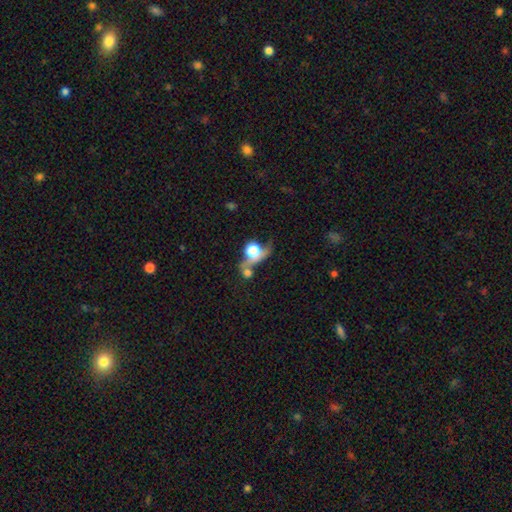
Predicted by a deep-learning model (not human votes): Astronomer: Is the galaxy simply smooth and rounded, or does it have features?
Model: smooth — 44% (runner-up: featured or disk, 33%).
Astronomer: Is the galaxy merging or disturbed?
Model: none — 37% (runner-up: merger, 31%).